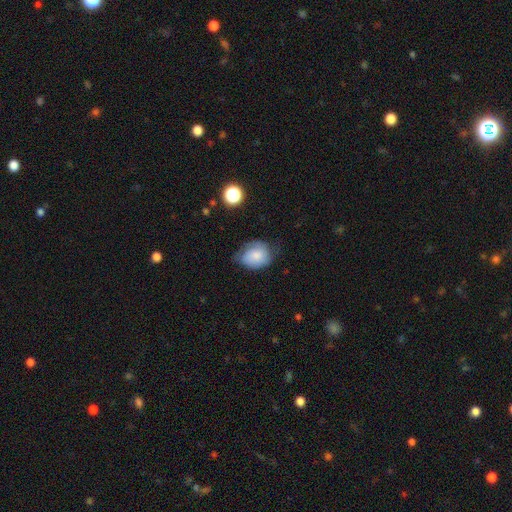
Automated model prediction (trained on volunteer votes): A smooth galaxy with no disk features (65%) that is in between round and cigar-shaped (53%).

Vote fractions:
- Smooth or featured? smooth: 65% / featured or disk: 26% / star or artifact: 9%
- How rounded? in between: 53% / round: 46% / cigar-shaped: 1%
- Merging? none: 48% / minor disturbance: 37% / major disturbance: 13% / merger: 2%